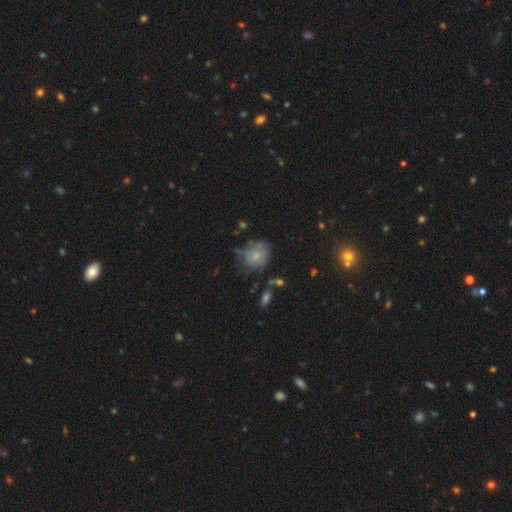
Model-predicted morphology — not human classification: Smooth or featured? smooth (64%)
How rounded? round (73%)
Merging? none (48%)